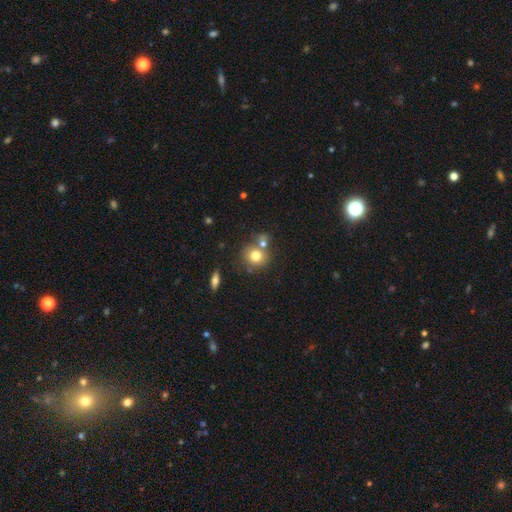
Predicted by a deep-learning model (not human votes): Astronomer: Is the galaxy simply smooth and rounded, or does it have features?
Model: smooth — 75%.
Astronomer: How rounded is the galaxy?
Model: round — 82%.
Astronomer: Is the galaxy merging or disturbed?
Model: none — 58%.